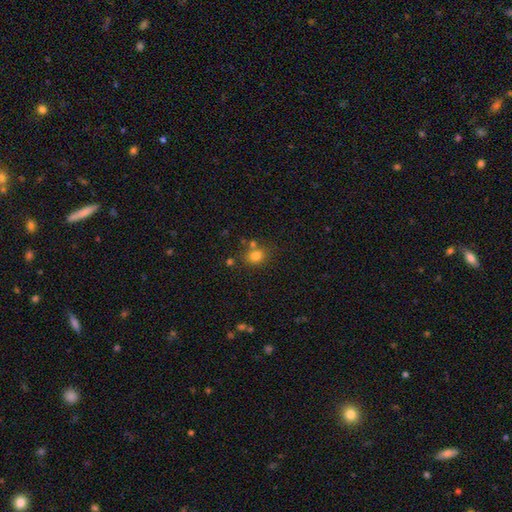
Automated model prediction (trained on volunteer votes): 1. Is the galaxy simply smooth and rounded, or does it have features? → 79% smooth, 13% star or artifact, 8% featured or disk.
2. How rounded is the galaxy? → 58% round, 41% in between, 1% cigar-shaped.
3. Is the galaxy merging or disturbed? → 67% none, 15% merger, 13% minor disturbance, 4% major disturbance.